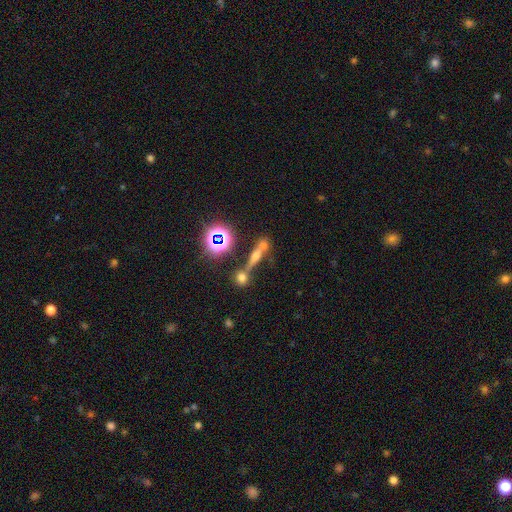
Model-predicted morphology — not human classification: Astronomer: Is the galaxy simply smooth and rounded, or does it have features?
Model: smooth — 36% (runner-up: featured or disk, 35%).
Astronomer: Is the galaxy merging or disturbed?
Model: none — 53% (runner-up: merger, 28%).